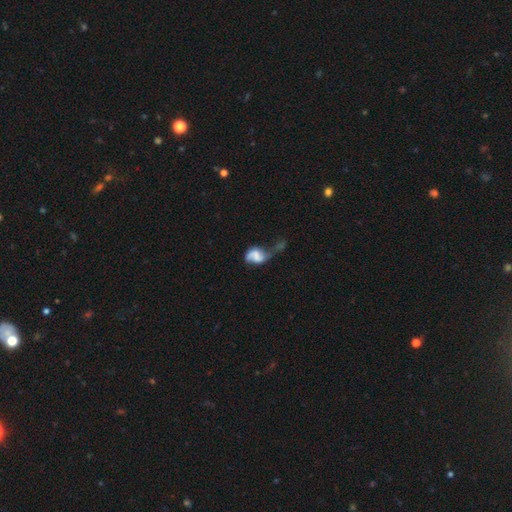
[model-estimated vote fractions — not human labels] Smooth or featured?
  - featured or disk: 53% *
  - smooth: 37%
  - star or artifact: 10%
Edge-on disk?
  - no: 97% *
  - yes: 3%
Bar?
  - no: 53% *
  - weak: 33%
  - strong: 14%
Spiral arms?
  - yes: 74% *
  - no: 26%
Bulge size?
  - none: 47% *
  - small: 18%
  - moderate: 14%
  - large: 14%
  - dominant: 6%
Merging?
  - merger: 32% *
  - major disturbance: 31%
  - none: 20%
  - minor disturbance: 17%